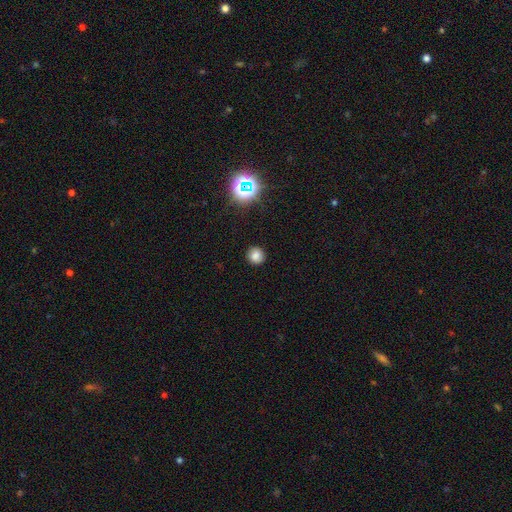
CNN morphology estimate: Overall: smooth (78%). How rounded: round (91%). Merging: none (90%).